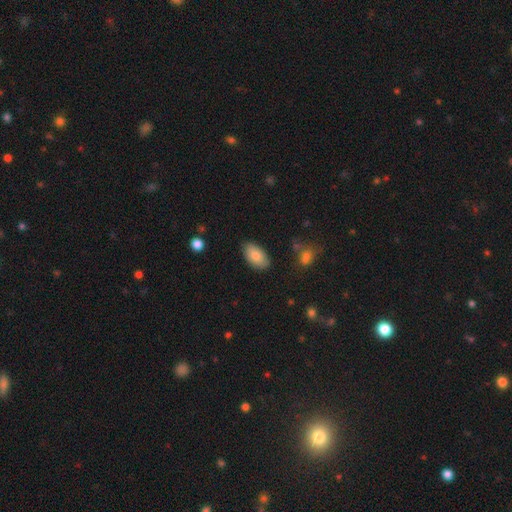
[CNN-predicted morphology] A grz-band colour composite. It shows a smooth galaxy with no disk features (82%) that is in between round and cigar-shaped (95%). Merging: none (82%).